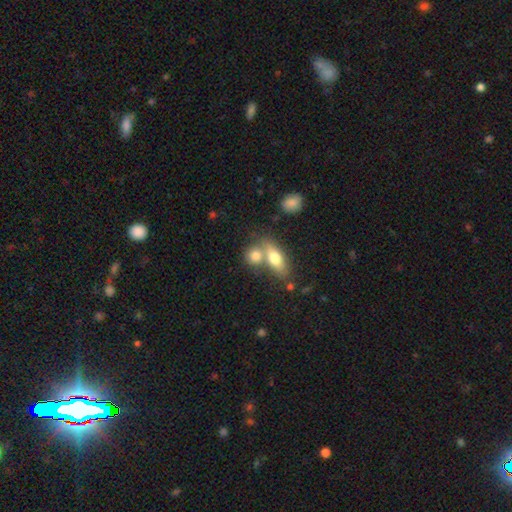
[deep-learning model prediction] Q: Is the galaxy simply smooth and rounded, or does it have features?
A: smooth — 76%.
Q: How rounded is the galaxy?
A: in between — 51%.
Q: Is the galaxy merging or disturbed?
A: merger — 51%.